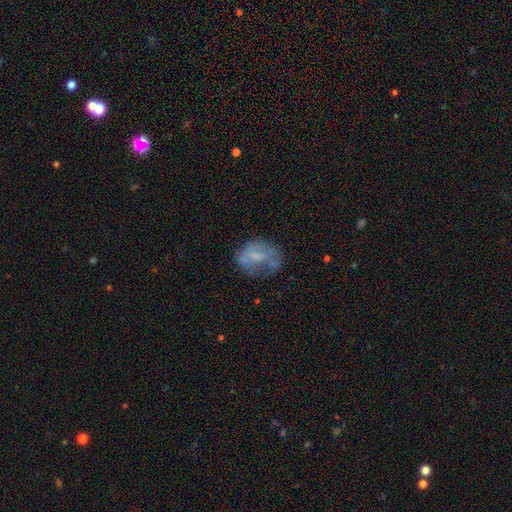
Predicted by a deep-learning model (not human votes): Overall: smooth (47%; featured or disk 41%). Merging: none (42%; major disturbance 27%).